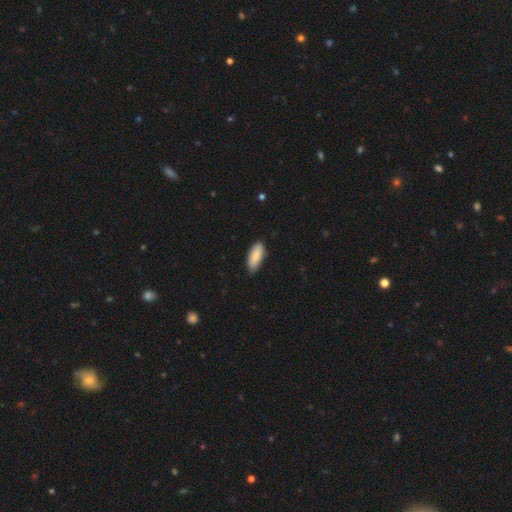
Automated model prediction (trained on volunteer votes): Morphology: type=smooth (87%); roundness=in between (79%); merging=none (84%).